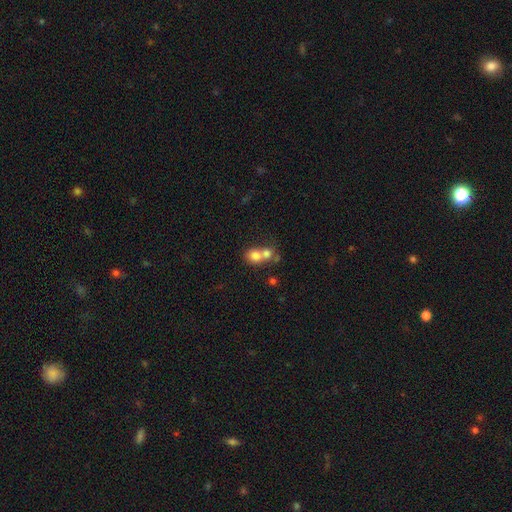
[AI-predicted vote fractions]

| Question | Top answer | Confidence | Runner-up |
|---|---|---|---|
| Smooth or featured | smooth | 74% | featured or disk (15%) |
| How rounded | round | 66% | in between (33%) |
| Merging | merger | 66% | none (25%) |